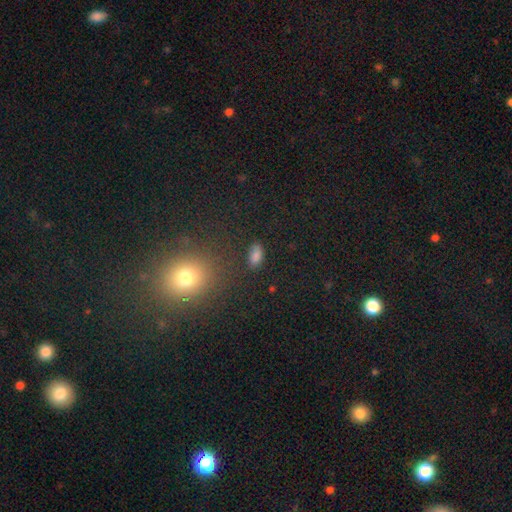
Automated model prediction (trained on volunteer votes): Smooth or featured?
  - smooth: 79% *
  - star or artifact: 15%
  - featured or disk: 6%
How rounded?
  - in between: 84% *
  - round: 9%
  - cigar-shaped: 7%
Merging?
  - none: 81% *
  - minor disturbance: 12%
  - major disturbance: 4%
  - merger: 3%